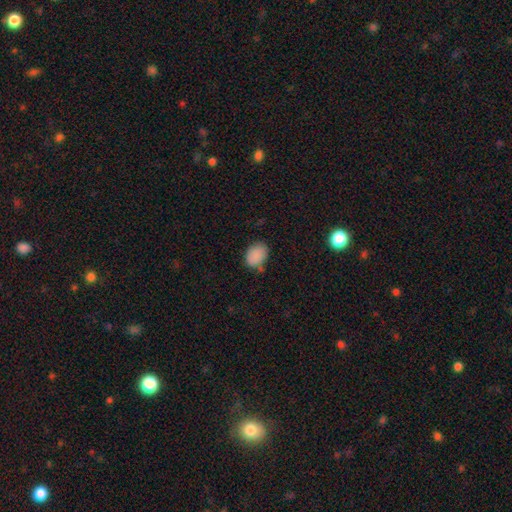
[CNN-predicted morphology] A smooth galaxy with no disk features (88%) that is in between round and cigar-shaped (72%). Merging: none (69%).